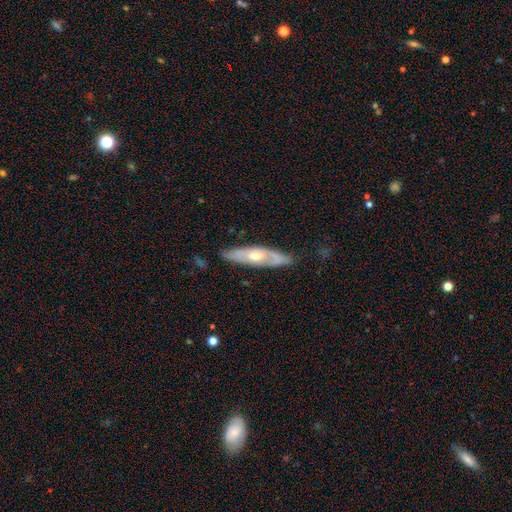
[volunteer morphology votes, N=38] Q: Smooth or featured?
A: featured or disk (76%); runner-up: smooth (21%)
Q: Edge-on disk?
A: no (66%); runner-up: yes (34%)
Q: Bar?
A: no (74%); runner-up: weak (26%)
Q: Spiral arms?
A: no (58%); runner-up: yes (42%)
Q: Bulge size?
A: moderate (74%); runner-up: small (16%)
Q: Merging?
A: none (78%); runner-up: minor disturbance (19%)